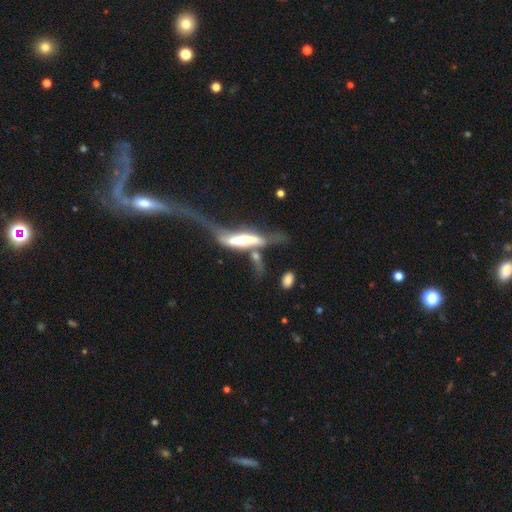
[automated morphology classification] featured or disk 59%, smooth 33%, star or artifact 8%. Down the decision tree: edge-on disk — yes (58%); merging — major disturbance (40%).